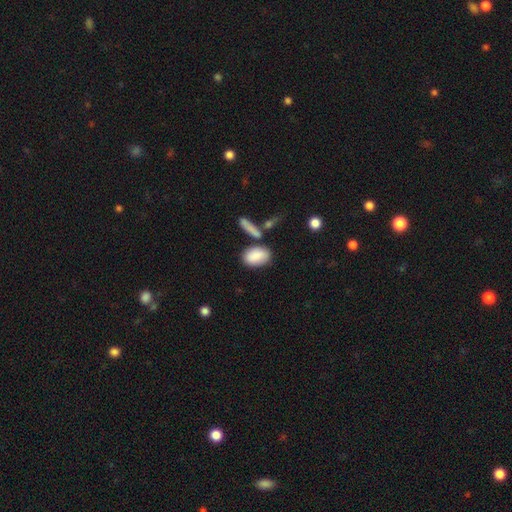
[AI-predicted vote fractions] This is clearly a smooth galaxy (86%). How rounded: clearly in between (90%). Merging: likely none (63%).